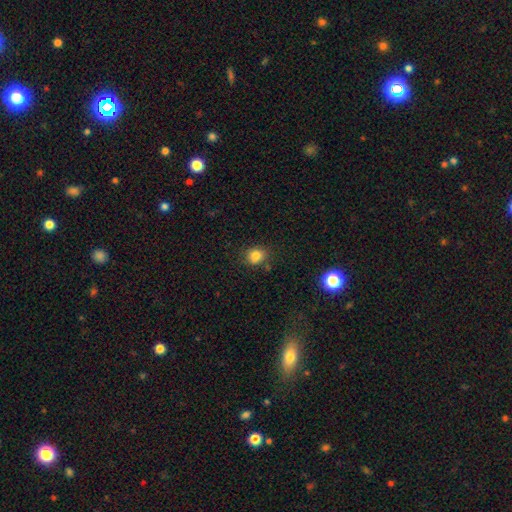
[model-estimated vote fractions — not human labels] Smooth or featured? smooth (82%)
How rounded? round (68%)
Merging? none (77%)